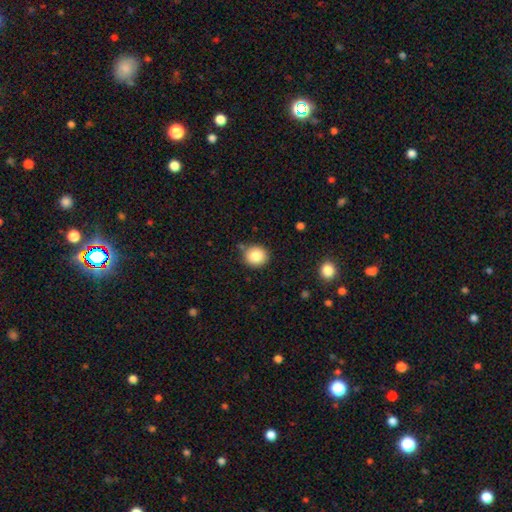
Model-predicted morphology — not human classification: A smooth galaxy with no disk features (84%) that is round (84%). Merging: none (83%).